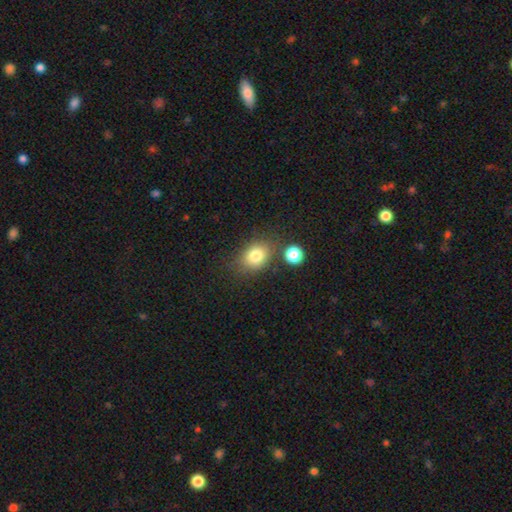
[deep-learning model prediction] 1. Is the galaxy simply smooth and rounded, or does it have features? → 81% smooth, 11% star or artifact, 9% featured or disk.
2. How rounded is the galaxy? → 58% in between, 41% round, 1% cigar-shaped.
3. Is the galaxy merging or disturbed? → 70% none, 14% minor disturbance, 11% merger, 5% major disturbance.